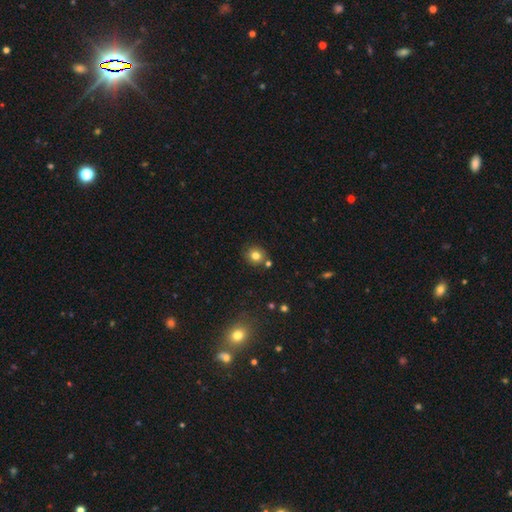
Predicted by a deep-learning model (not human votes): This appears to be a smooth galaxy with no disk features (79%) that is round (85%). Merging: none (79%).